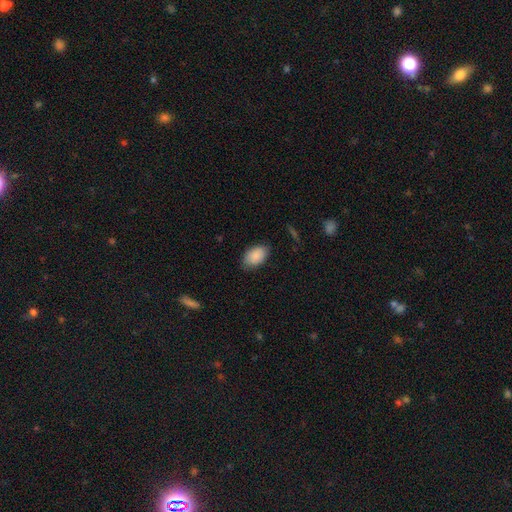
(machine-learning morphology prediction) Overall: smooth (89%). How rounded: in between (91%). Merging: none (82%).